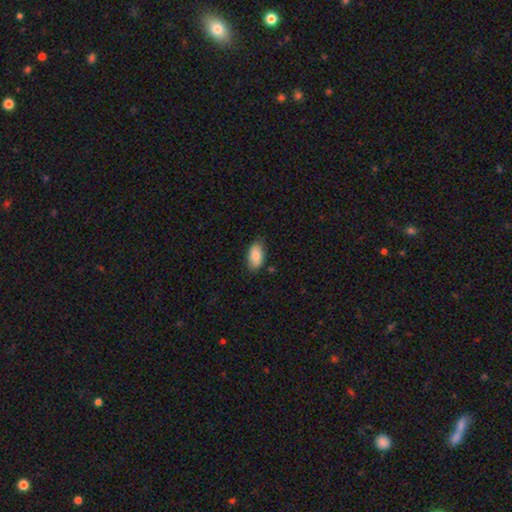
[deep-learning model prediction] smooth_or_featured: smooth (p=0.83) [alt: featured or disk p=0.10]
how_rounded: in between (p=0.94) [alt: round p=0.04]
merging: none (p=0.80) [alt: minor disturbance p=0.16]